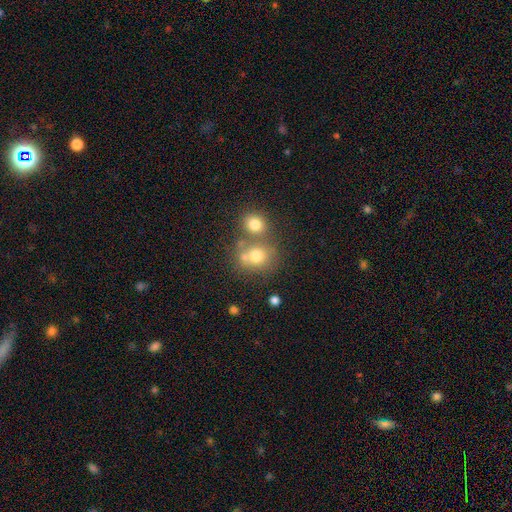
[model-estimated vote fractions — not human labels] smooth 71%, star or artifact 14%, featured or disk 14%. Down the decision tree: how rounded — round (77%); merging — none (47%).